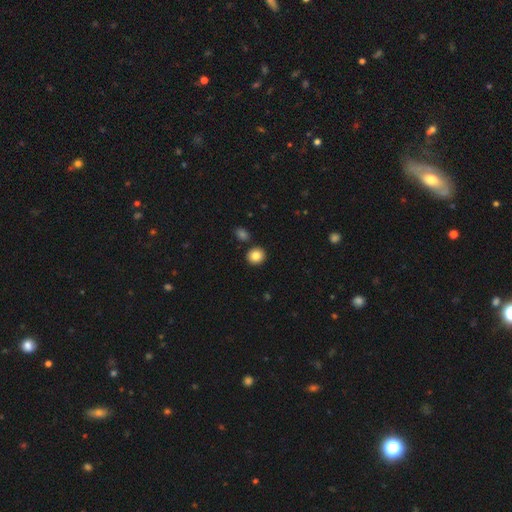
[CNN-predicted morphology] Smooth or featured?
  - smooth: 86% *
  - star or artifact: 9%
  - featured or disk: 5%
How rounded?
  - round: 84% *
  - in between: 15%
  - cigar-shaped: 1%
Merging?
  - none: 87% *
  - minor disturbance: 6%
  - merger: 5%
  - major disturbance: 2%